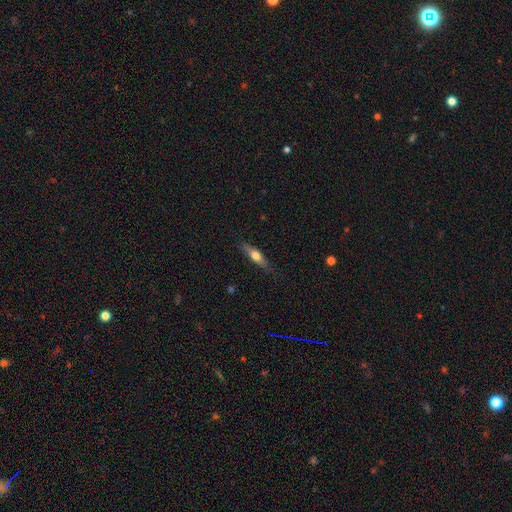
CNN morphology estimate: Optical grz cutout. It shows a smooth galaxy with no disk features (55%) that is cigar-shaped (67%). Merging: none (78%).